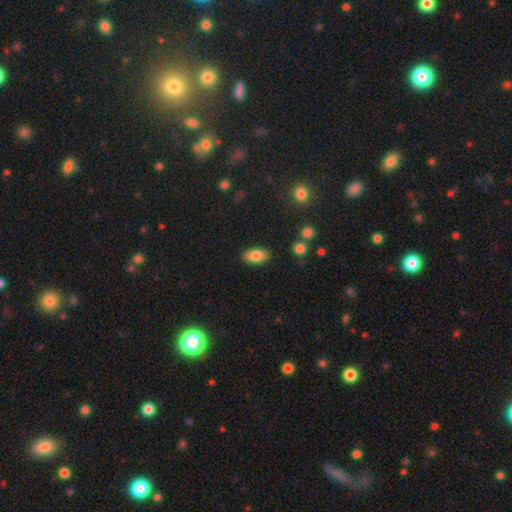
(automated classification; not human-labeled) Smooth or featured?
  - smooth: 84% *
  - star or artifact: 8%
  - featured or disk: 8%
How rounded?
  - in between: 92% *
  - round: 6%
  - cigar-shaped: 2%
Merging?
  - none: 87% *
  - minor disturbance: 9%
  - major disturbance: 2%
  - merger: 2%